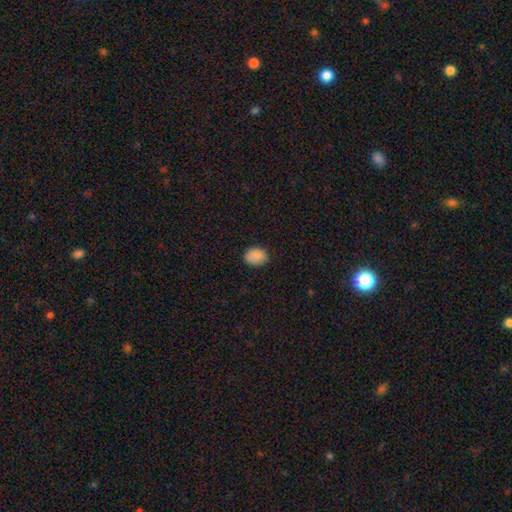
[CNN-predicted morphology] A smooth galaxy with no disk features (87%) that is in between round and cigar-shaped (68%). Merging: none (81%).